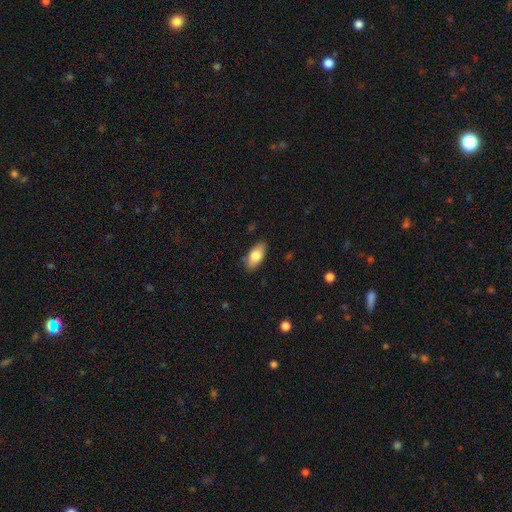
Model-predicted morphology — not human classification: Smooth or featured? Predicted: smooth (p=0.79). How rounded? Predicted: in between (p=0.91). Merging? Predicted: none (p=0.85).